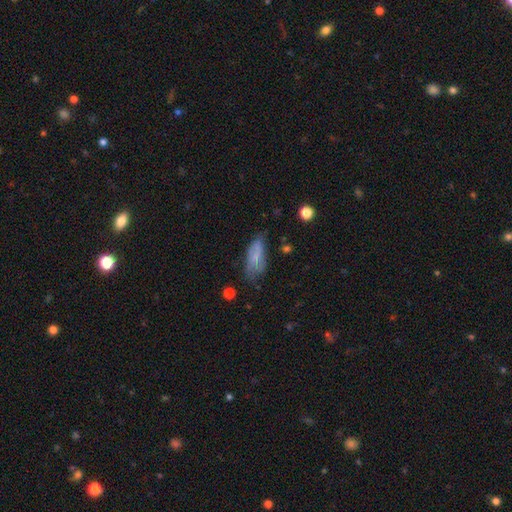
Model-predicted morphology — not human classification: smooth_or_featured: smooth (p=0.65) [alt: featured or disk p=0.27]
how_rounded: in between (p=0.78) [alt: cigar-shaped p=0.20]
merging: none (p=0.55) [alt: minor disturbance p=0.32]